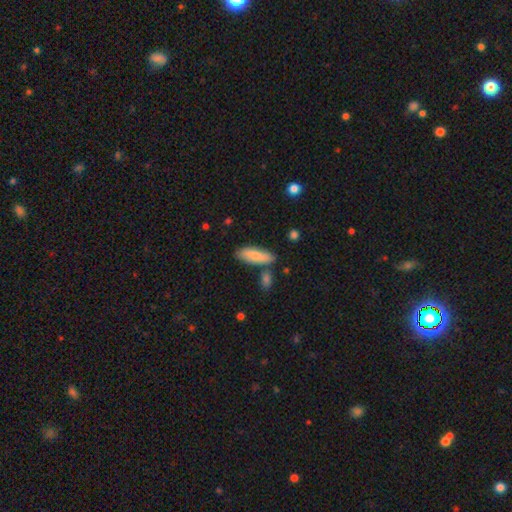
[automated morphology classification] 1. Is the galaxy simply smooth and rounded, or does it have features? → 80% smooth, 14% featured or disk, 6% star or artifact.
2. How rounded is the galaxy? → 60% in between, 38% cigar-shaped, 2% round.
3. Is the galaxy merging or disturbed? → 74% none, 14% minor disturbance, 9% merger, 3% major disturbance.